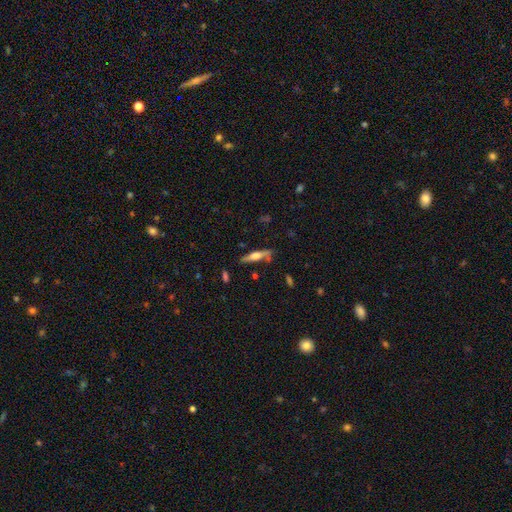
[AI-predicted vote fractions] A featured or disk galaxy (55%) viewed edge-on (94%) with a rounded central bulge (78%).

Vote fractions:
- Smooth or featured? featured or disk: 55% / smooth: 38% / star or artifact: 7%
- Edge-on disk? yes: 94% / no: 6%
- Edge-on bulge? rounded: 78% / boxy: 16% / none: 6%
- Merging? none: 73% / minor disturbance: 17% / merger: 6% / major disturbance: 4%